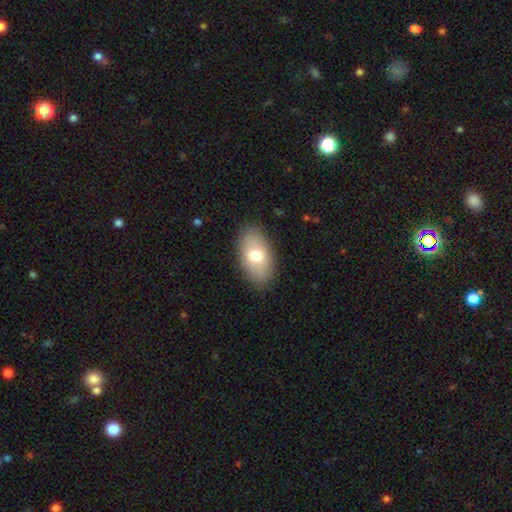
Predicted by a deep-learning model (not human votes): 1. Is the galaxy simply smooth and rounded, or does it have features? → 72% smooth, 21% featured or disk, 7% star or artifact.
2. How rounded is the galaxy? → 92% in between, 5% round, 2% cigar-shaped.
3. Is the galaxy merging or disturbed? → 86% none, 10% minor disturbance, 3% major disturbance, 1% merger.